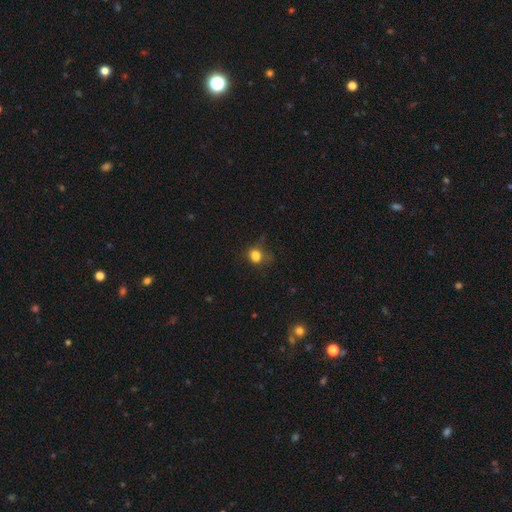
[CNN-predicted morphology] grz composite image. It shows a smooth galaxy with no disk features (80%) that is round (61%). Merging: none (51%).